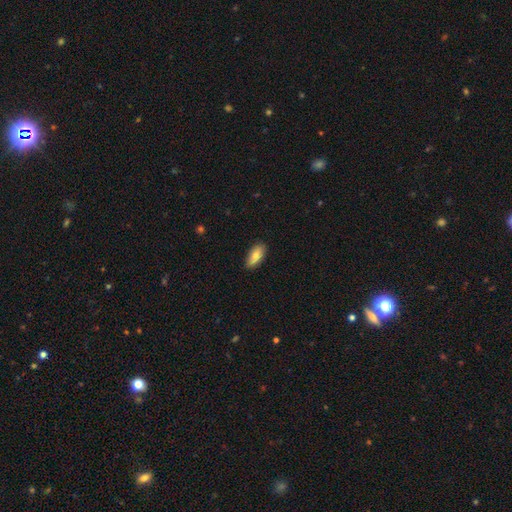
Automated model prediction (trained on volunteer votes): This is likely a smooth galaxy (79%). How rounded: clearly in between (86%). Merging: clearly none (85%).